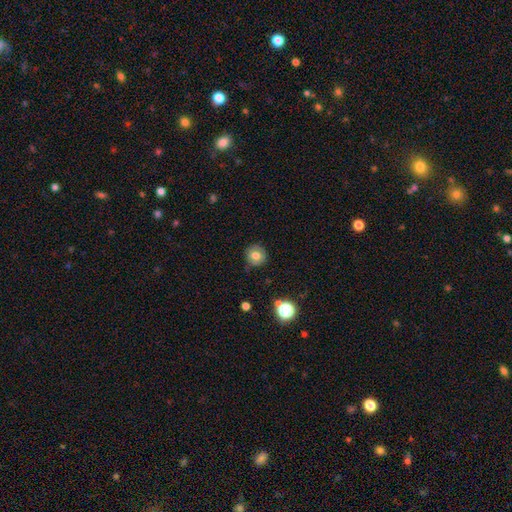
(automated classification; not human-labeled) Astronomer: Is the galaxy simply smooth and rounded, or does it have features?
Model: smooth — 74%.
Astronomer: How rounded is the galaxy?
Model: round — 92%.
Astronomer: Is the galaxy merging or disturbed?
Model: none — 86%.